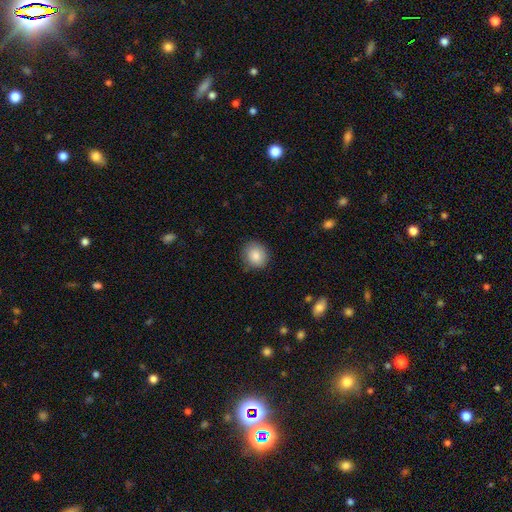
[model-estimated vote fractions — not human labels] smooth_or_featured: smooth (p=0.86) [alt: star or artifact p=0.08]
how_rounded: round (p=0.78) [alt: in between p=0.21]
merging: none (p=0.83) [alt: minor disturbance p=0.13]